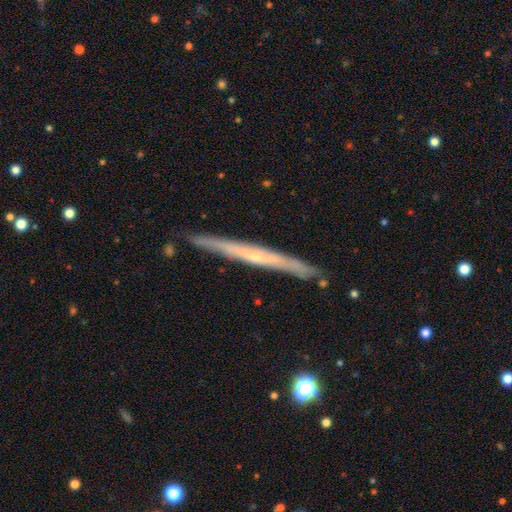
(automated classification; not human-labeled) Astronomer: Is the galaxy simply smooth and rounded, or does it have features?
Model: featured or disk — 70%.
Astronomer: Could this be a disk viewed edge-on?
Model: yes — 96%.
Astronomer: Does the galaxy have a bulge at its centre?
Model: none — 58% (runner-up: rounded, 38%).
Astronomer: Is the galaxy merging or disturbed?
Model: none — 88%.